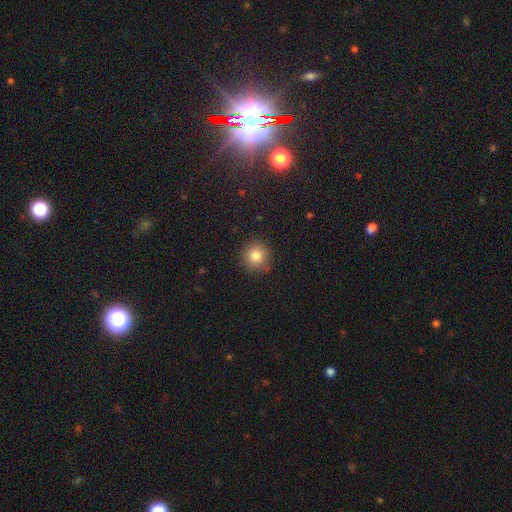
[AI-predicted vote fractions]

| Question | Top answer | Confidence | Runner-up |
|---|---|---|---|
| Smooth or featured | smooth | 83% | star or artifact (11%) |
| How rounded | round | 93% | in between (6%) |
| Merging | none | 88% | minor disturbance (8%) |